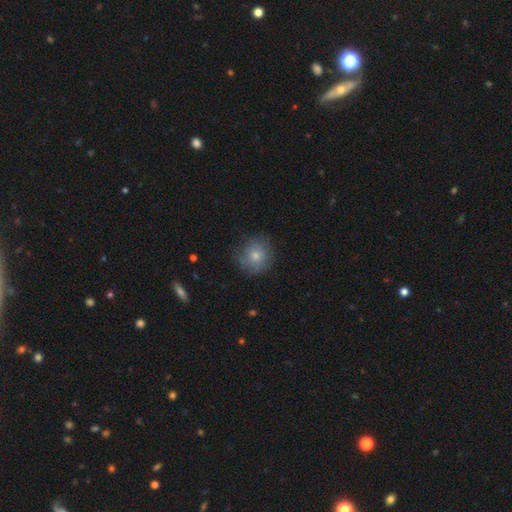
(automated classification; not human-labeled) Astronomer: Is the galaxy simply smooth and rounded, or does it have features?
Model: smooth — 74%.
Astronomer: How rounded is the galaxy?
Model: round — 88%.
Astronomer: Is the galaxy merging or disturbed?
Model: none — 76%.